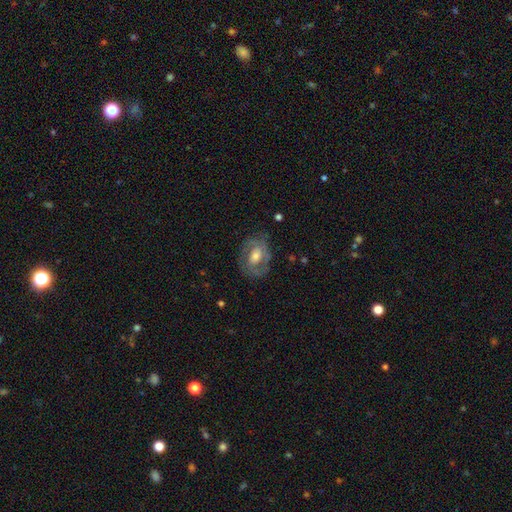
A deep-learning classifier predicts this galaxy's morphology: Smooth or featured? Predicted: featured or disk (p=0.68). Edge-on disk? Predicted: no (p=0.96). Bar? Predicted: no (p=0.49). Spiral arms? Predicted: yes (p=0.74). Bulge size? Predicted: moderate (p=0.60). Merging? Predicted: none (p=0.72).